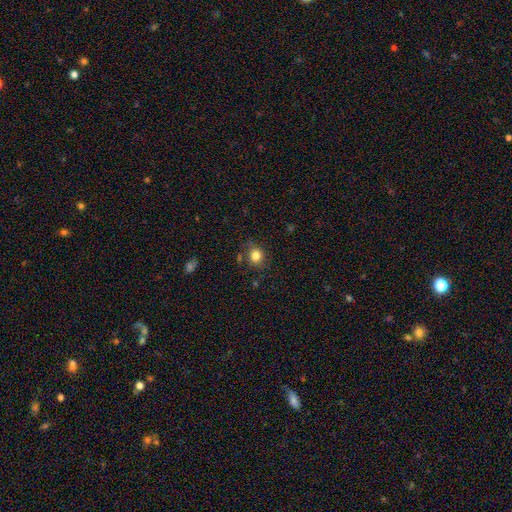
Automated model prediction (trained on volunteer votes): Smooth or featured: smooth — 81% (star or artifact — 12%)
How rounded: round — 74% (in between — 25%)
Merging: none — 77% (minor disturbance — 15%)